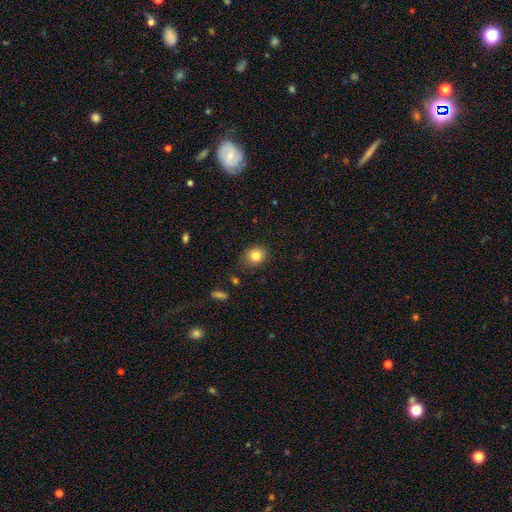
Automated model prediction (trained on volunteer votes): This appears to be a smooth galaxy with no disk features (82%) that is round (71%). Merging: none (84%).